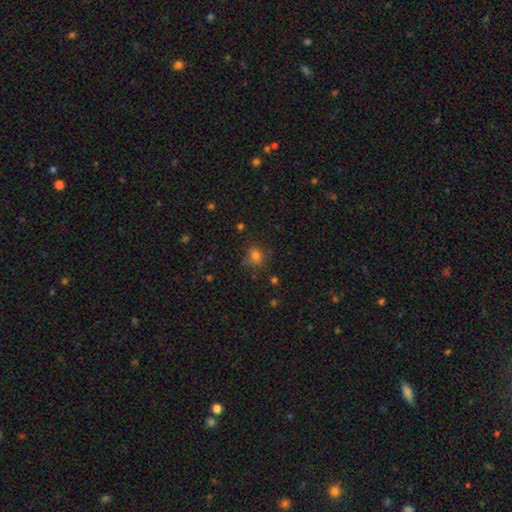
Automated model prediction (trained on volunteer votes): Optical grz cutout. It shows a smooth galaxy with no disk features (73%) that is round (66%). Merging: none (68%).